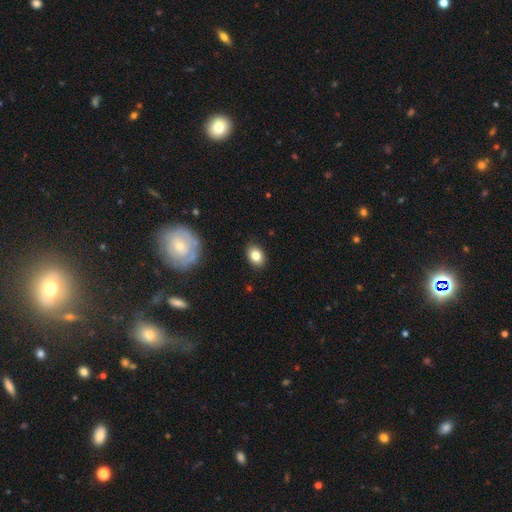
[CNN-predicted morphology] This is clearly a smooth galaxy (82%). How rounded: likely in between (71%). Merging: clearly none (87%).